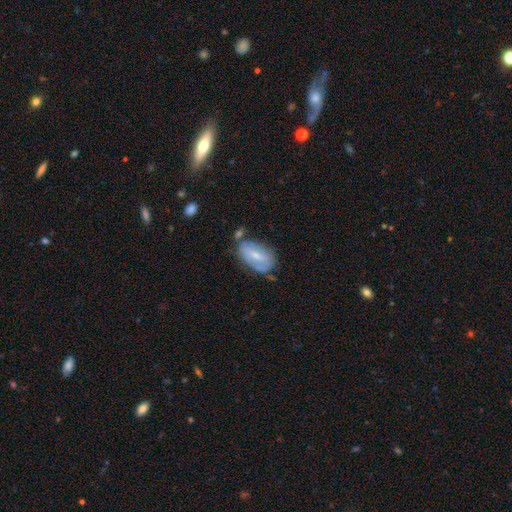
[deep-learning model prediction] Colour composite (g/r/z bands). It shows a featured or disk galaxy (53%). Merging: none (57%).